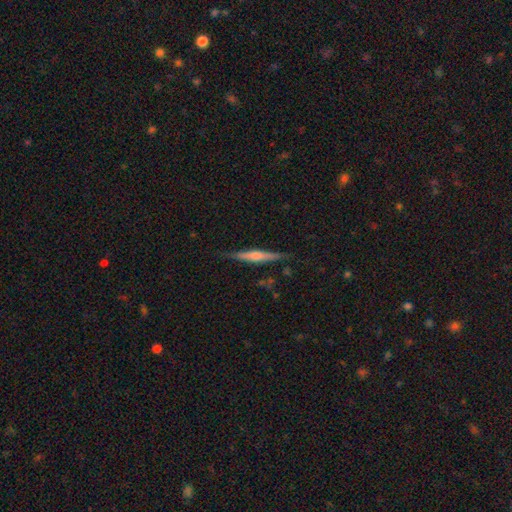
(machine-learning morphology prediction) smooth_or_featured: featured or disk (p=0.61) [alt: smooth p=0.32]
disk_edge_on: yes (p=0.97) [alt: no p=0.03]
edge_on_bulge: rounded (p=0.65) [alt: boxy p=0.18]
merging: none (p=0.86) [alt: minor disturbance p=0.11]